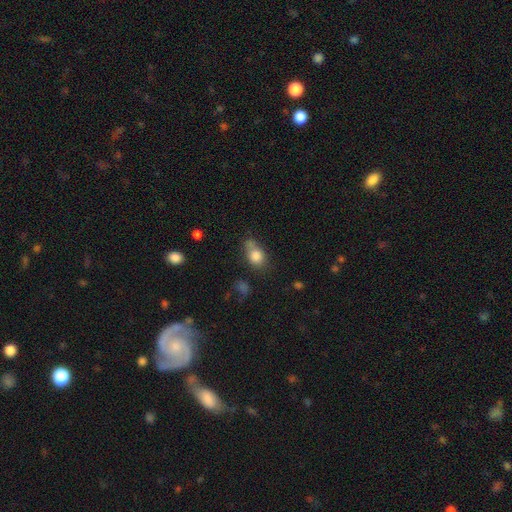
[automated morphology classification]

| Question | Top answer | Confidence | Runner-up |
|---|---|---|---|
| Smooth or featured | smooth | 80% | featured or disk (10%) |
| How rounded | in between | 60% | round (37%) |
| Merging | none | 45% | minor disturbance (27%) |